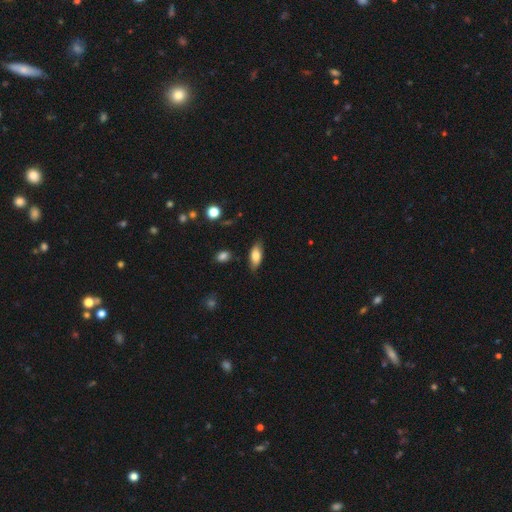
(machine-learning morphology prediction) Smooth or featured: smooth — 77% (featured or disk — 16%)
How rounded: in between — 84% (cigar-shaped — 13%)
Merging: none — 79% (minor disturbance — 16%)